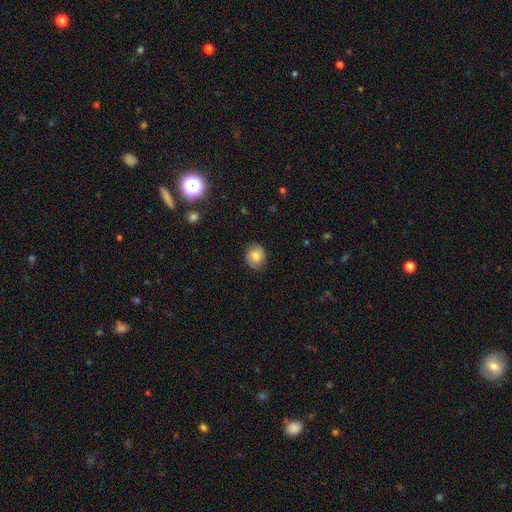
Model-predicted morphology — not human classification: Smooth or featured? smooth (74%)
How rounded? round (67%)
Merging? none (81%)